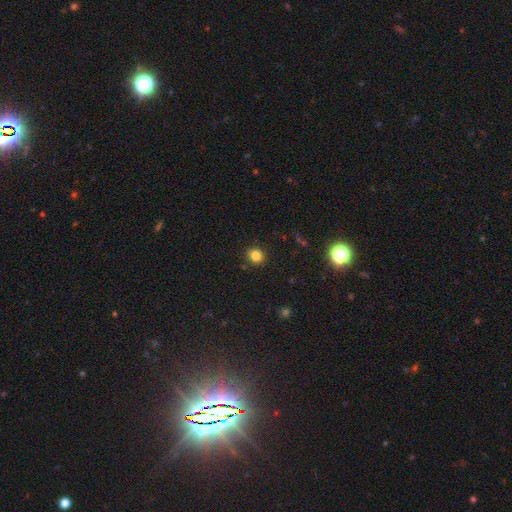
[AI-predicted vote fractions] smooth-or-featured: smooth: 82% | star or artifact: 13% | featured or disk: 5%
  how-rounded: round: 81% | in between: 18% | cigar-shaped: 1%
  merging: none: 90% | minor disturbance: 7% | major disturbance: 2% | merger: 1%